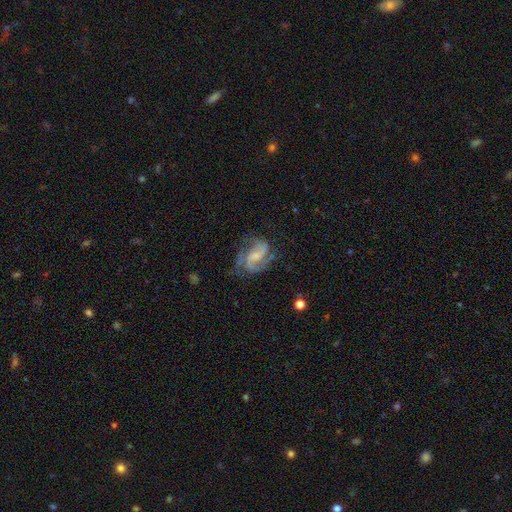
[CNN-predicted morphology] This is clearly a featured or disk galaxy (84%). It is clearly not viewed edge-on (98%). Bar: possibly weak (46%). Spiral arm pattern: clearly yes (96%). Spiral arm count: likely 2 (73%). Spiral winding: possibly medium (54%). Central bulge: marginally small (45%). Merging: possibly none (58%).